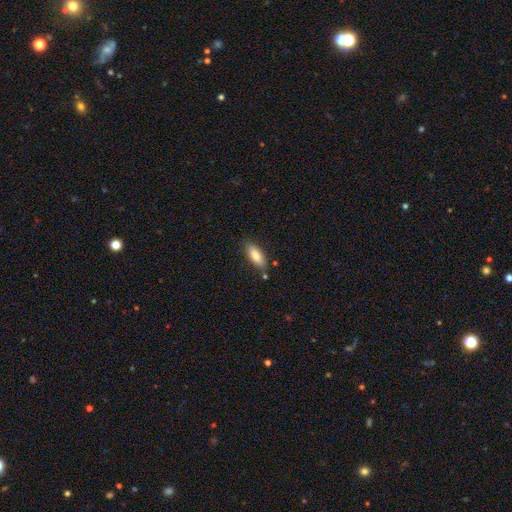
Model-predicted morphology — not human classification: Smooth or featured: smooth — 84% (featured or disk — 10%)
How rounded: in between — 74% (cigar-shaped — 24%)
Merging: none — 79% (minor disturbance — 14%)